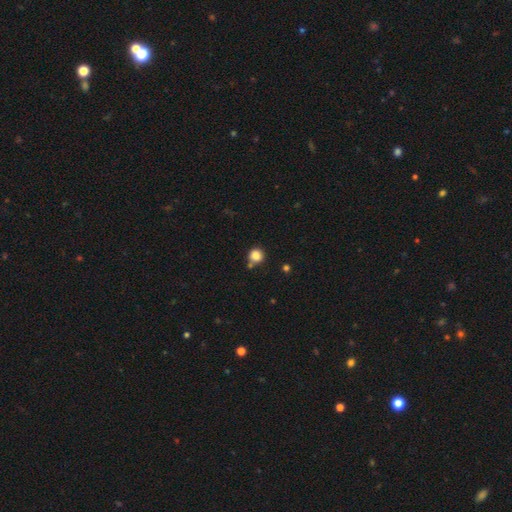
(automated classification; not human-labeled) Q: Smooth or featured?
A: smooth (85%); runner-up: star or artifact (11%)
Q: How rounded?
A: round (89%); runner-up: in between (10%)
Q: Merging?
A: none (69%); runner-up: minor disturbance (14%)